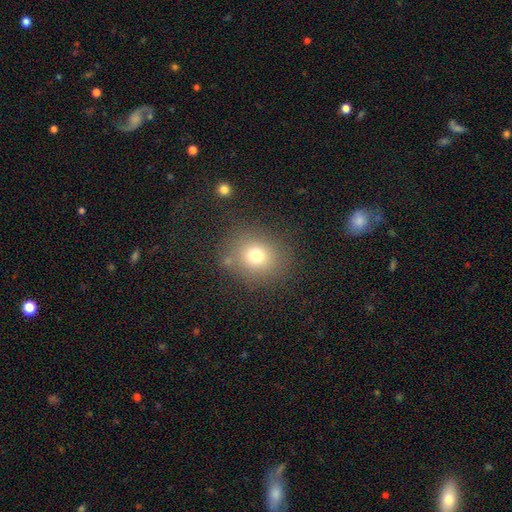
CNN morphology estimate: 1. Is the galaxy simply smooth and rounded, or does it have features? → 74% smooth, 15% star or artifact, 11% featured or disk.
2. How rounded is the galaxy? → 78% round, 21% in between, 1% cigar-shaped.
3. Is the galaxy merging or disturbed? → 80% none, 11% minor disturbance, 5% major disturbance, 4% merger.